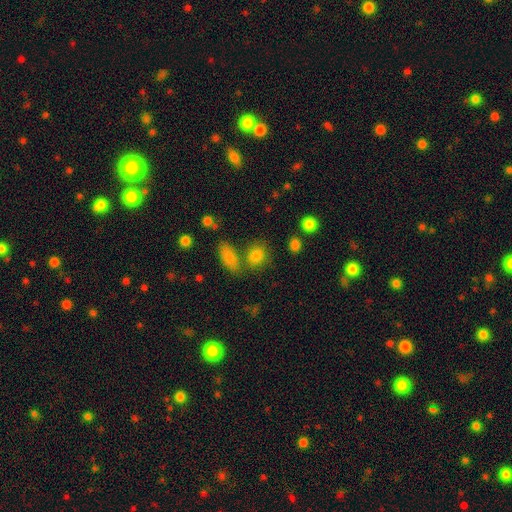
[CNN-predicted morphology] smooth_or_featured: smooth (p=0.81) [alt: star or artifact p=0.11]
how_rounded: in between (p=0.51) [alt: round p=0.46]
merging: none (p=0.62) [alt: merger p=0.22]